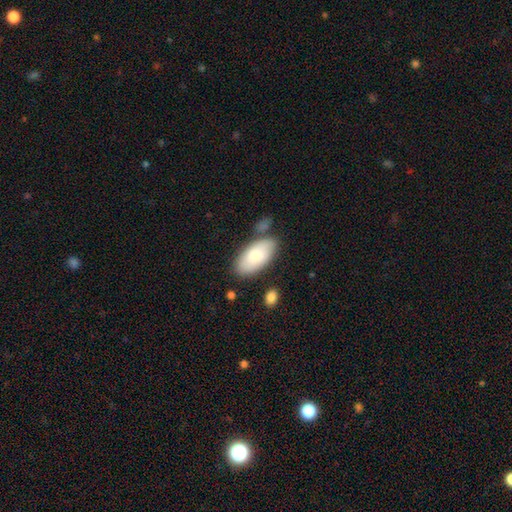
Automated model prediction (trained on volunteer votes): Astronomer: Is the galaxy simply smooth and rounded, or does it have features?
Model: smooth — 79%.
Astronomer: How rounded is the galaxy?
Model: in between — 94%.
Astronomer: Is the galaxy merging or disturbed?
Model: none — 72%.